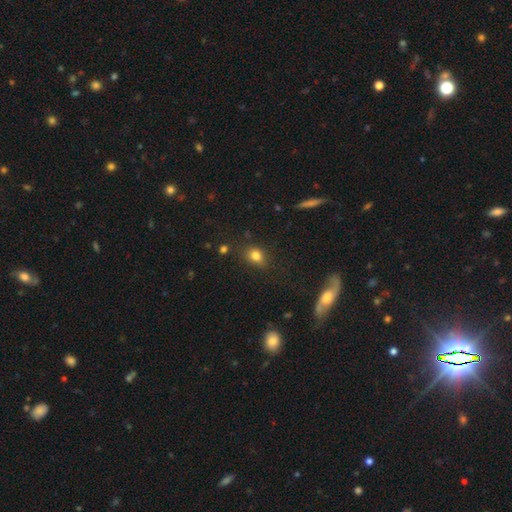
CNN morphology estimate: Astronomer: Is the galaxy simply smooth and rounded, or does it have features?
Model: smooth — 81%.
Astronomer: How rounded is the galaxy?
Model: in between — 58% (runner-up: round, 40%).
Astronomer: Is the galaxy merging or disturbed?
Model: none — 76%.